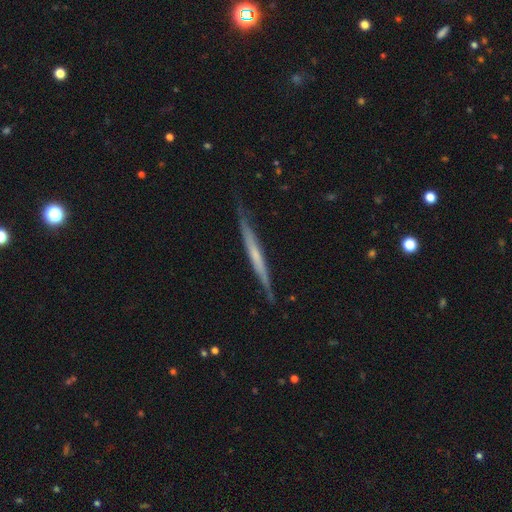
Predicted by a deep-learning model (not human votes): smooth_or_featured: featured or disk (p=0.61) [alt: smooth p=0.34]
disk_edge_on: yes (p=0.96) [alt: no p=0.04]
edge_on_bulge: none (p=0.77) [alt: rounded p=0.16]
merging: none (p=0.84) [alt: minor disturbance p=0.13]